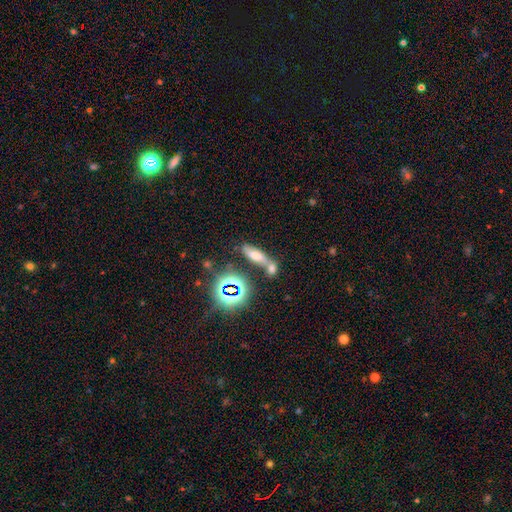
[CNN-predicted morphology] This is possibly a smooth galaxy (57%). How rounded: possibly in between (53%). Merging: marginally merger (42%).